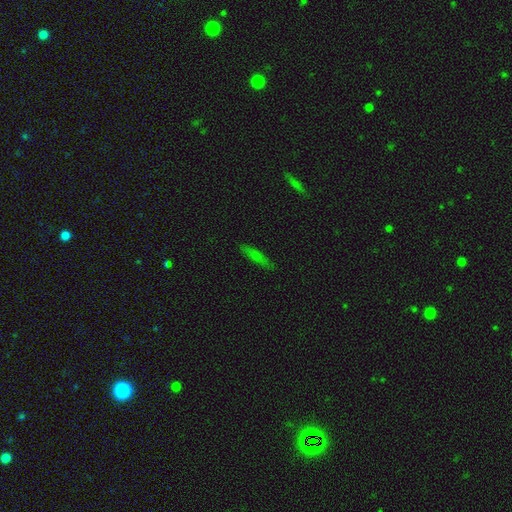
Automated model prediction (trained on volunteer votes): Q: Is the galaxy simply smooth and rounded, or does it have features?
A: smooth — 45%.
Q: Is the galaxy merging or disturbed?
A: none — 87%.